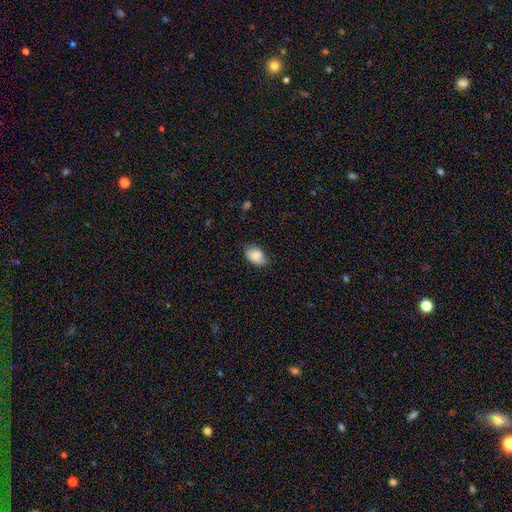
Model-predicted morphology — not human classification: A smooth galaxy with no disk features (74%) that is in between round and cigar-shaped (89%). Merging: none (67%).